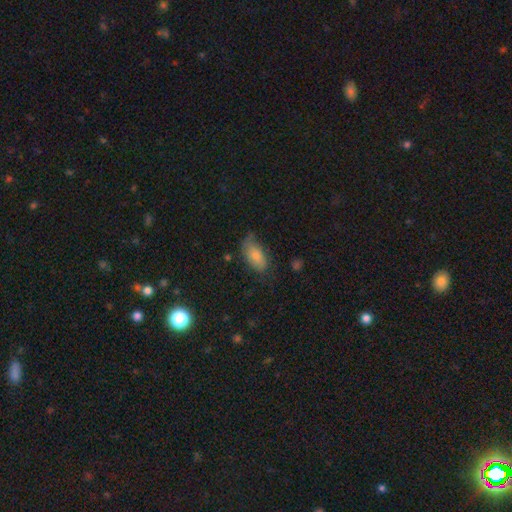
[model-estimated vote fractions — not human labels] smooth_or_featured: smooth (p=0.76) [alt: featured or disk p=0.17]
how_rounded: in between (p=0.92) [alt: cigar-shaped p=0.04]
merging: none (p=0.60) [alt: minor disturbance p=0.29]